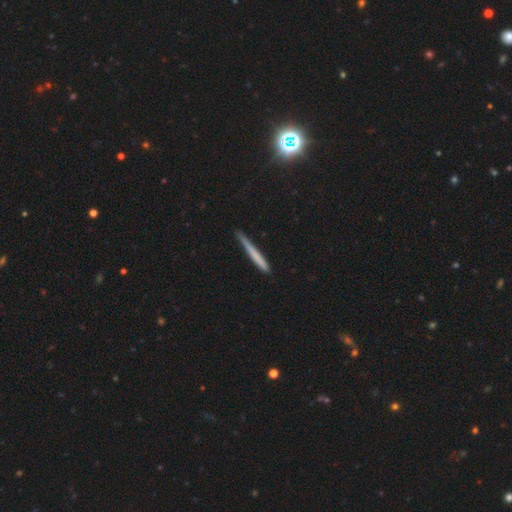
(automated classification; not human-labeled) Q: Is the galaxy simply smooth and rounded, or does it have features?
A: smooth — 66%.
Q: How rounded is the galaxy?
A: cigar-shaped — 97%.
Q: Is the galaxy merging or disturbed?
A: none — 81%.